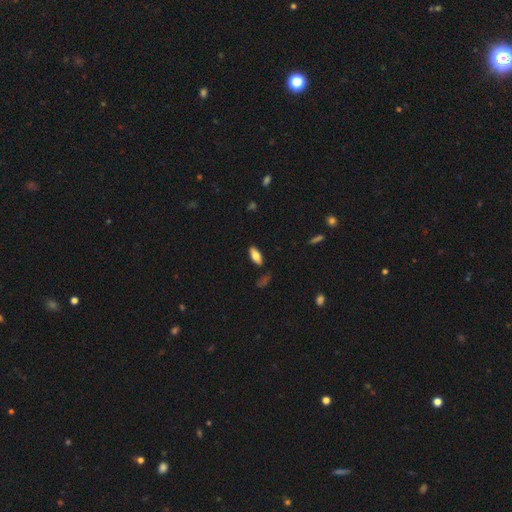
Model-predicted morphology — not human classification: Smooth or featured: smooth — 75% (featured or disk — 18%)
How rounded: in between — 84% (cigar-shaped — 14%)
Merging: none — 84% (minor disturbance — 11%)